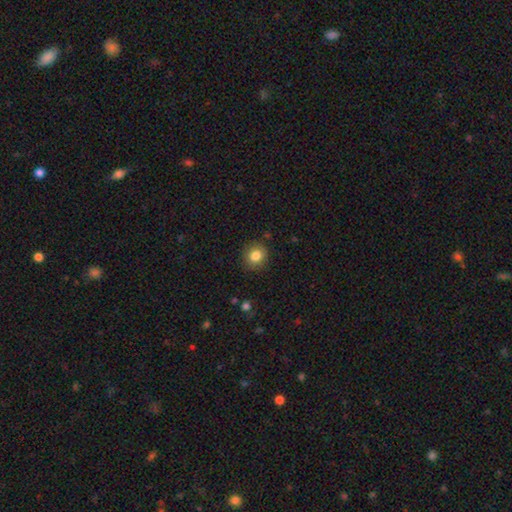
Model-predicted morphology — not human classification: Smooth or featured?
  - smooth: 83% *
  - star or artifact: 10%
  - featured or disk: 6%
How rounded?
  - round: 83% *
  - in between: 16%
  - cigar-shaped: 1%
Merging?
  - none: 89% *
  - minor disturbance: 8%
  - major disturbance: 2%
  - merger: 1%